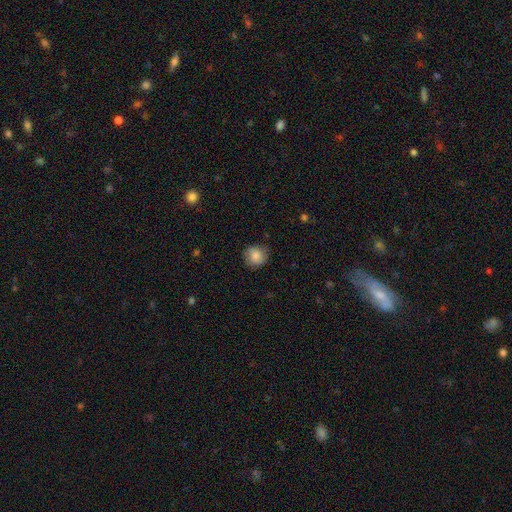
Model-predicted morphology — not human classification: Smooth or featured? smooth (84%)
How rounded? round (90%)
Merging? none (81%)